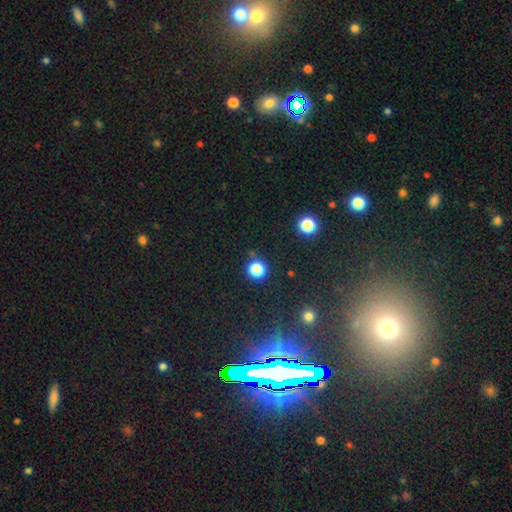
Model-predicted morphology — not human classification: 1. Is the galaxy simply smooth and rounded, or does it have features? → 73% star or artifact, 16% smooth, 11% featured or disk.